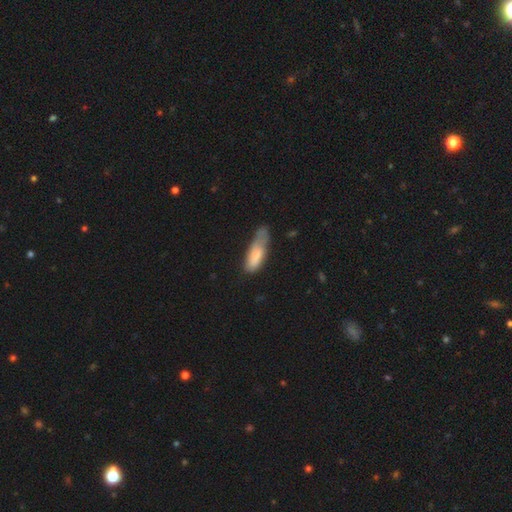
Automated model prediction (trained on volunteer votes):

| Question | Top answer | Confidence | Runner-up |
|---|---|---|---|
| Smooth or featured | smooth | 77% | featured or disk (17%) |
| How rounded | in between | 58% | cigar-shaped (40%) |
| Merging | minor disturbance | 41% | none (27%) |